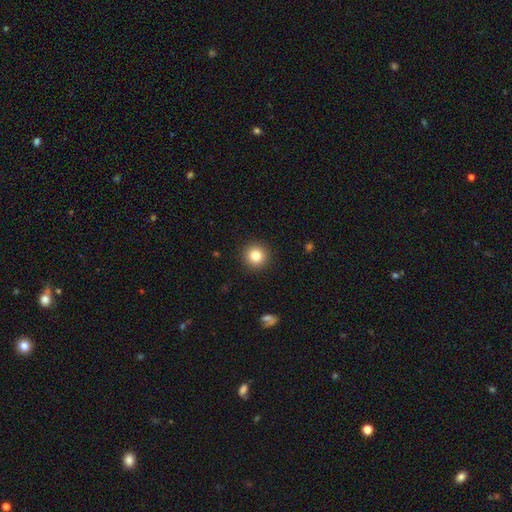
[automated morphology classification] This appears to be a smooth galaxy with no disk features (82%) that is round (95%). Merging: none (92%).